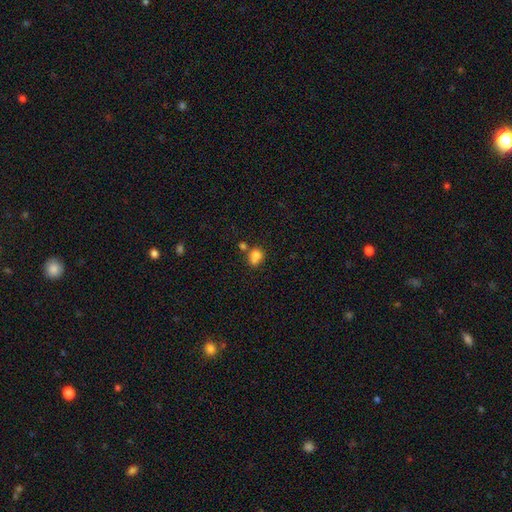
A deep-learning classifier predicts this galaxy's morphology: smooth-or-featured: smooth: 78% | star or artifact: 11% | featured or disk: 11%
  how-rounded: round: 63% | in between: 36% | cigar-shaped: 1%
  merging: merger: 42% | none: 38% | minor disturbance: 13% | major disturbance: 6%